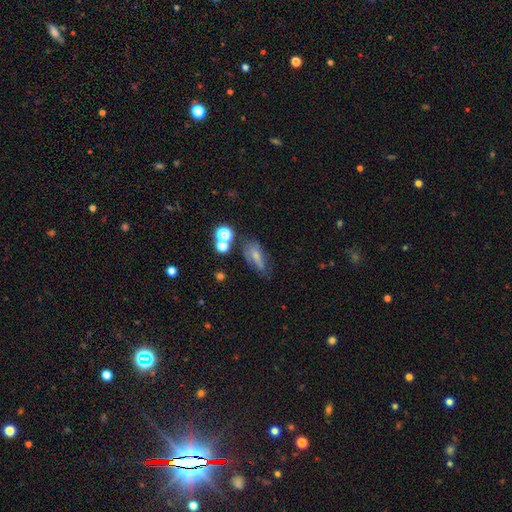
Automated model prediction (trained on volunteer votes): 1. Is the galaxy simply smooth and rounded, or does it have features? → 57% smooth, 26% featured or disk, 17% star or artifact.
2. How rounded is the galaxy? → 72% in between, 15% cigar-shaped, 13% round.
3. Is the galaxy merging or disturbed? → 46% none, 28% minor disturbance, 15% major disturbance, 11% merger.